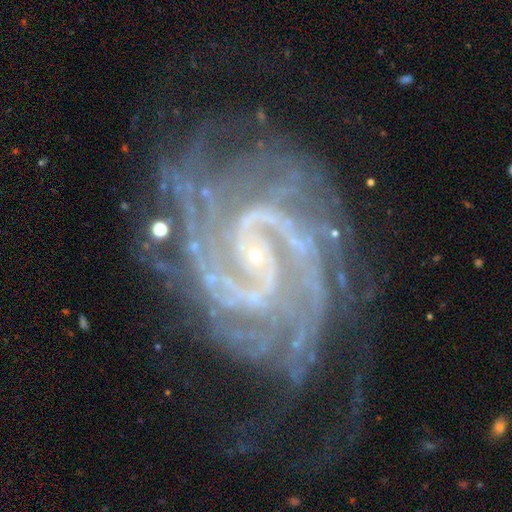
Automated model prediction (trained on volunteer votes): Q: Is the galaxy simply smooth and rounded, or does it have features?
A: featured or disk — 93%.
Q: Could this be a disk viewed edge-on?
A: no — 98%.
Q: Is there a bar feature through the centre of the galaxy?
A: weak — 44%.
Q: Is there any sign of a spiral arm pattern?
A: yes — 99%.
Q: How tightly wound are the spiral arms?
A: tight — 50%.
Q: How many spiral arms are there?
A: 2 — 51%.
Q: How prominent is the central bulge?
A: small — 85%.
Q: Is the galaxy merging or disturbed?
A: none — 62%.